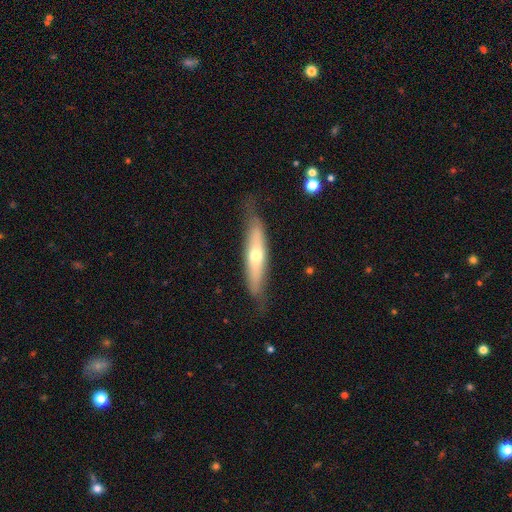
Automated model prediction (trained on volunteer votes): featured or disk 48%, smooth 46%, star or artifact 6%. Down the decision tree: merging — none (74%).